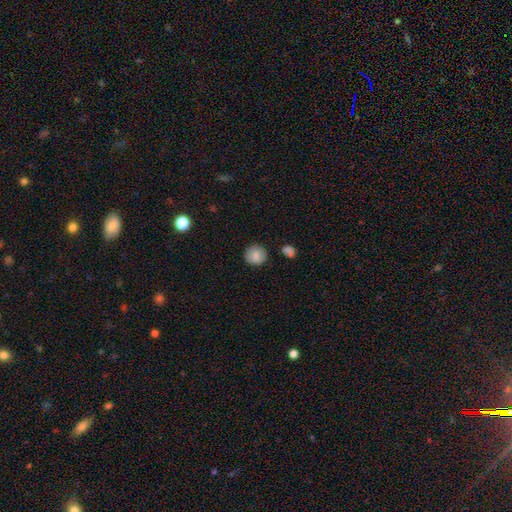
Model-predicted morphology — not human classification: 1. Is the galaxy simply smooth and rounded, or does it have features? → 85% smooth, 8% star or artifact, 7% featured or disk.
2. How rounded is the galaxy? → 90% round, 9% in between, 1% cigar-shaped.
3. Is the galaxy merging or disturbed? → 87% none, 8% minor disturbance, 2% merger, 2% major disturbance.